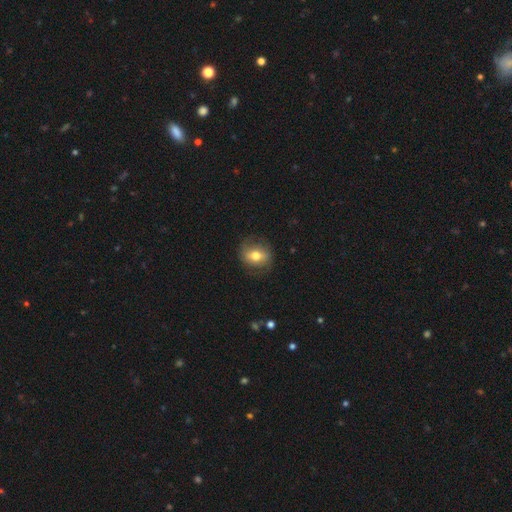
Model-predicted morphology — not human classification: This is possibly a smooth galaxy (60%). How rounded: possibly round (56%). Merging: likely none (76%).